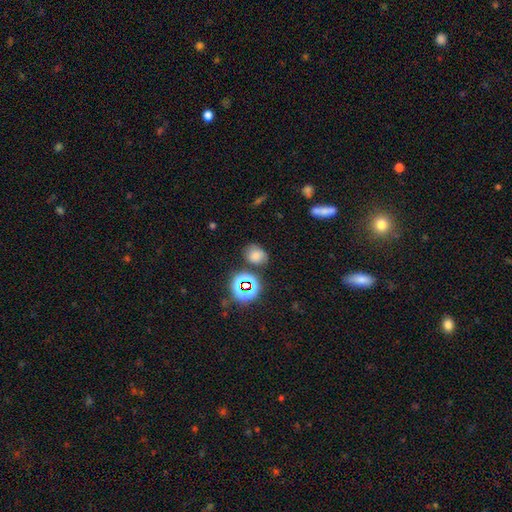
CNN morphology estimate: smooth_or_featured: smooth (p=0.65) [alt: star or artifact p=0.23]
how_rounded: in between (p=0.53) [alt: round p=0.46]
merging: none (p=0.71) [alt: minor disturbance p=0.17]